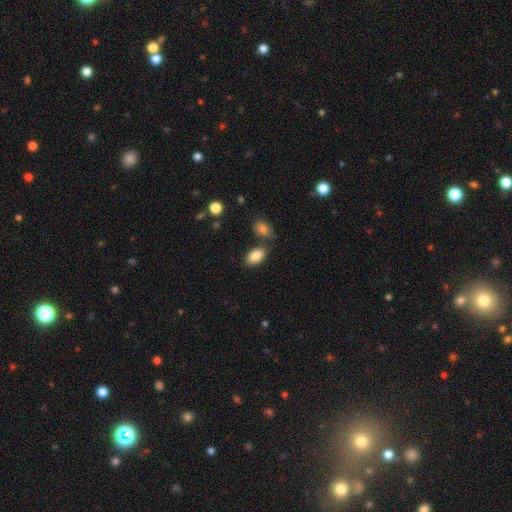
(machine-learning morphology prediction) Smooth or featured? Predicted: smooth (p=0.86). How rounded? Predicted: in between (p=0.92). Merging? Predicted: none (p=0.74).